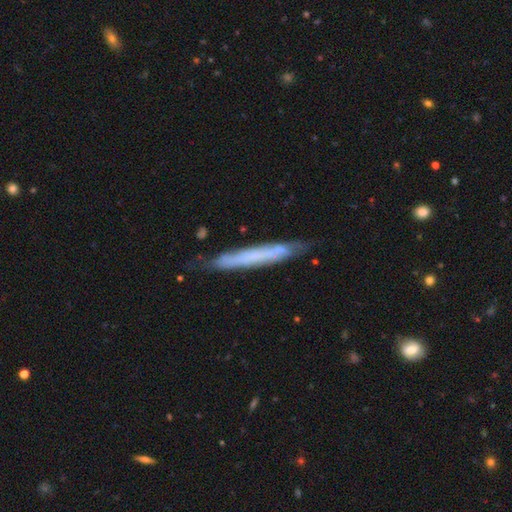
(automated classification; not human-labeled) smooth 48%, featured or disk 45%, star or artifact 7%. Down the decision tree: merging — none (78%).